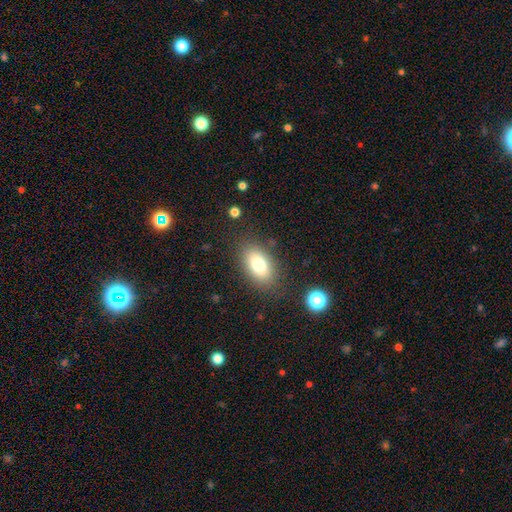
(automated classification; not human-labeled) Smooth or featured?
  - smooth: 70% *
  - star or artifact: 19%
  - featured or disk: 11%
How rounded?
  - in between: 83% *
  - round: 14%
  - cigar-shaped: 3%
Merging?
  - none: 86% *
  - minor disturbance: 9%
  - merger: 3%
  - major disturbance: 3%